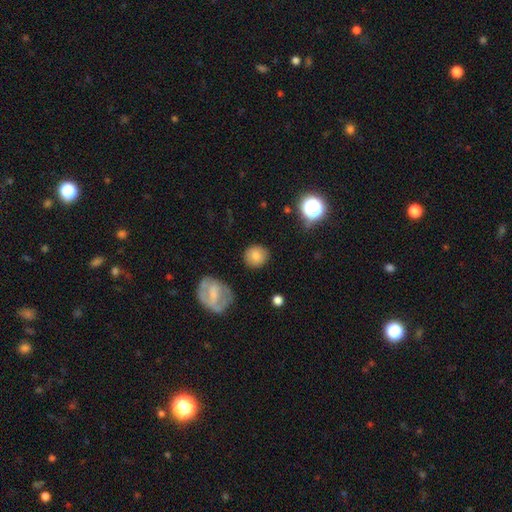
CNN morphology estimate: The model was most divided on "smooth or featured": smooth: 80%, featured or disk: 10%, star or artifact: 10%. More confident: merging — none (86%); how rounded — round (84%).